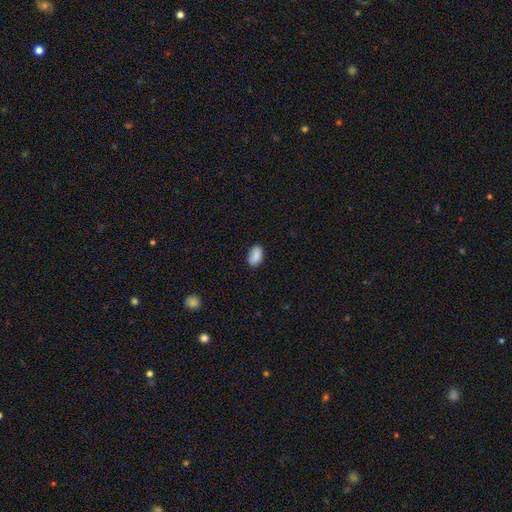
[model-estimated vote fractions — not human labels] smooth_or_featured: smooth (p=0.88) [alt: star or artifact p=0.08]
how_rounded: in between (p=0.91) [alt: round p=0.07]
merging: none (p=0.82) [alt: minor disturbance p=0.14]